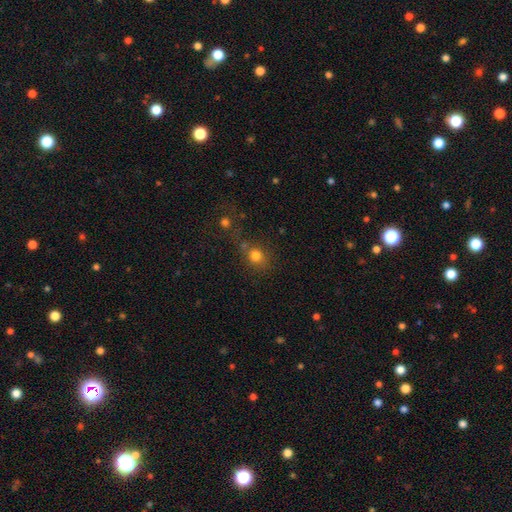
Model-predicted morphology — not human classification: The model was most divided on "merging": none: 56%, merger: 23%, minor disturbance: 13%, major disturbance: 8%. More confident: how rounded — round (80%); smooth or featured — smooth (77%).